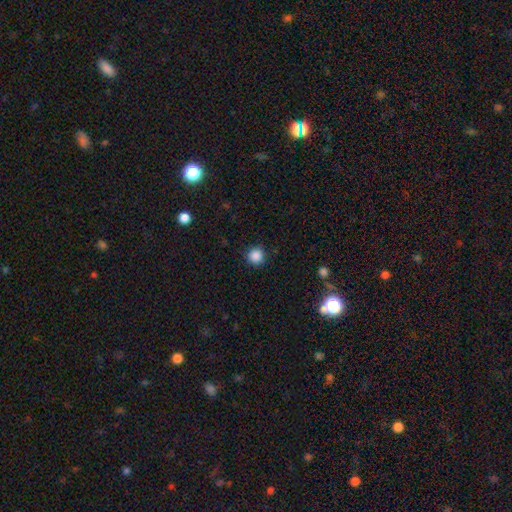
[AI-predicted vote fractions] The model was most divided on "smooth or featured": smooth: 87%, star or artifact: 11%, featured or disk: 3%. More confident: how rounded — round (94%); merging — none (90%).